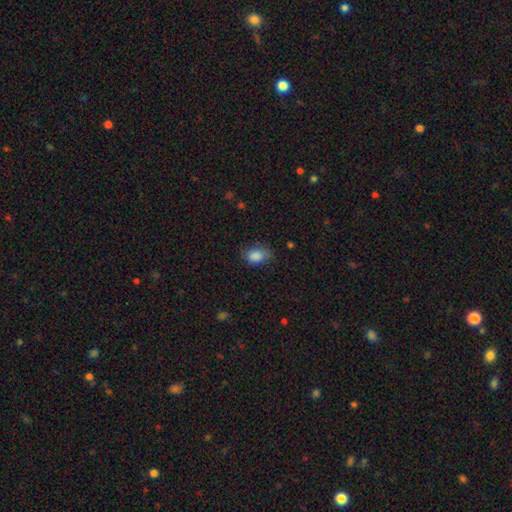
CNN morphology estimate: Smooth or featured?
  - smooth: 86% *
  - star or artifact: 9%
  - featured or disk: 6%
How rounded?
  - in between: 76% *
  - round: 23%
  - cigar-shaped: 1%
Merging?
  - none: 60% *
  - minor disturbance: 30%
  - major disturbance: 8%
  - merger: 2%